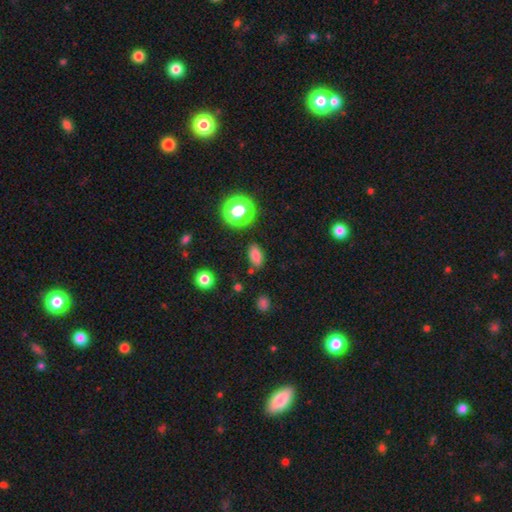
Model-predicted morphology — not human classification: A smooth galaxy with no disk features (79%) that is in between round and cigar-shaped (85%). Merging: none (83%).